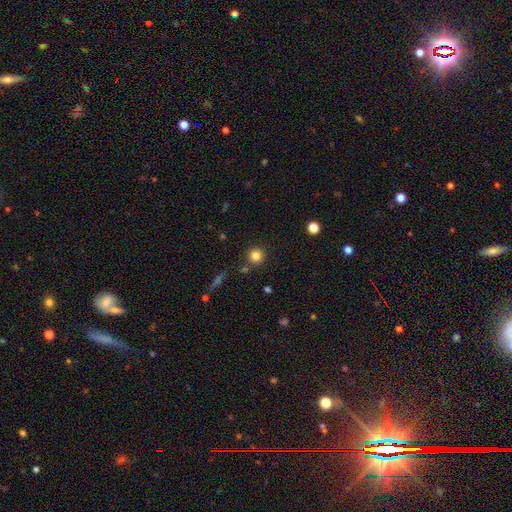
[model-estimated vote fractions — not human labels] smooth_or_featured: smooth (p=0.82) [alt: star or artifact p=0.12]
how_rounded: round (p=0.94) [alt: in between p=0.05]
merging: none (p=0.84) [alt: minor disturbance p=0.07]